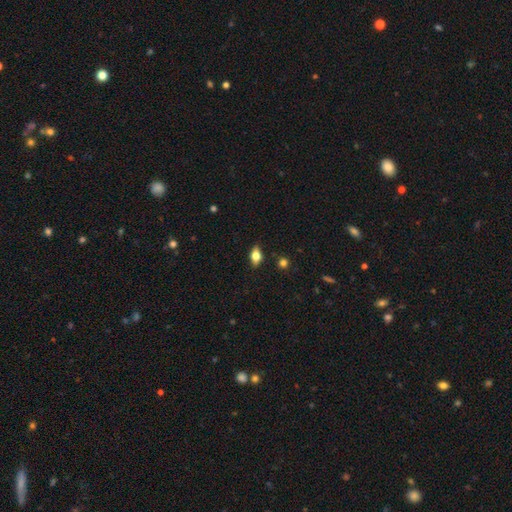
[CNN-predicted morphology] The model was most divided on "smooth or featured": smooth: 68%, featured or disk: 23%, star or artifact: 9%. More confident: merging — none (85%); how rounded — in between (82%).